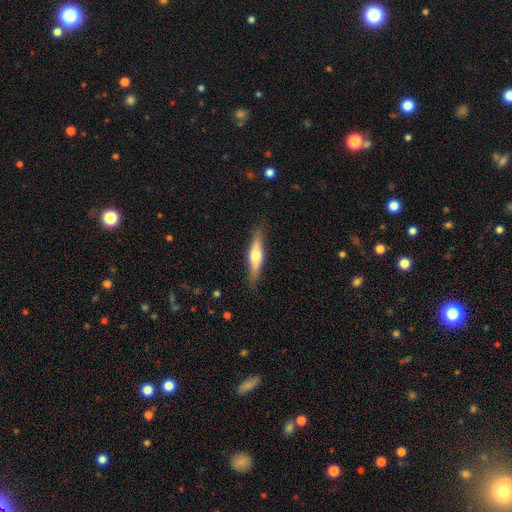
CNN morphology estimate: Smooth or featured?
  - featured or disk: 54% *
  - smooth: 41%
  - star or artifact: 6%
Edge-on disk?
  - yes: 93% *
  - no: 7%
Edge-on bulge?
  - rounded: 92% *
  - boxy: 5%
  - none: 4%
Merging?
  - none: 85% *
  - minor disturbance: 12%
  - major disturbance: 2%
  - merger: 1%